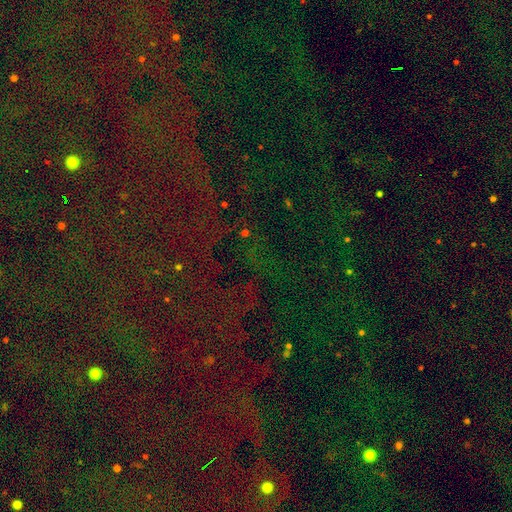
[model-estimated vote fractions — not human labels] star or artifact 82%, smooth 9%, featured or disk 9%.